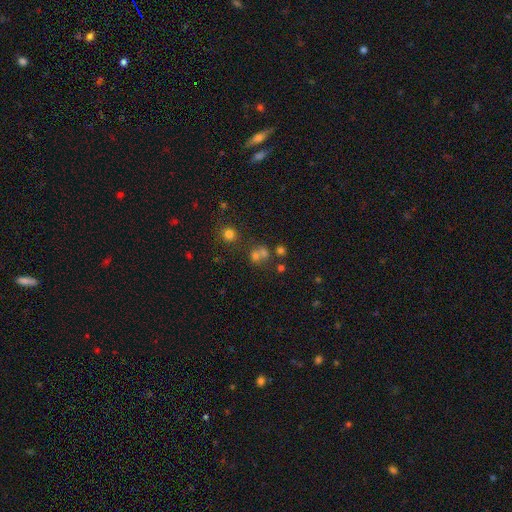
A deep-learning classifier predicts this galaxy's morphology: Smooth or featured: smooth — 62% (star or artifact — 24%)
How rounded: round — 78% (in between — 21%)
Merging: none — 45% (merger — 41%)